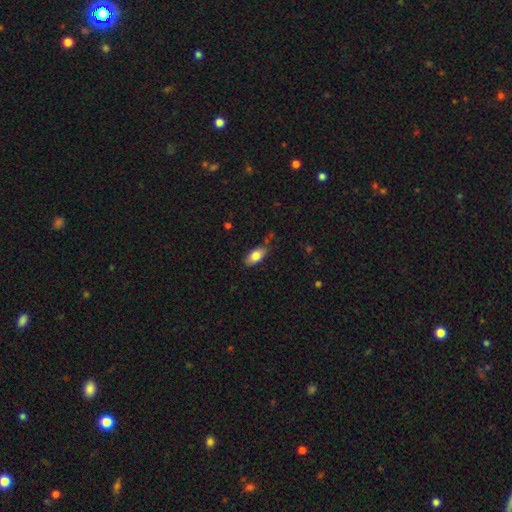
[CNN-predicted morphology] Smooth or featured? Predicted: smooth (p=0.81). How rounded? Predicted: in between (p=0.88). Merging? Predicted: none (p=0.76).